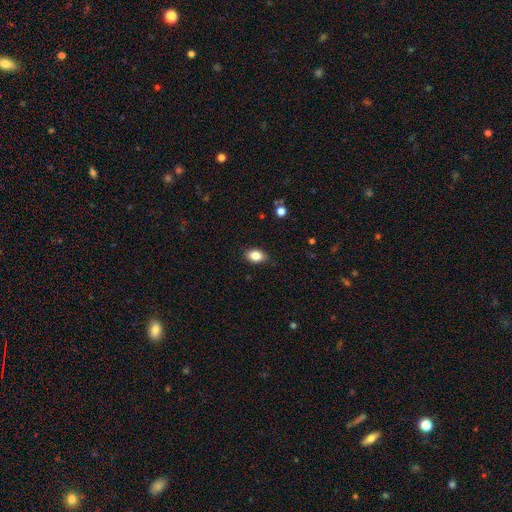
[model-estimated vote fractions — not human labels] Smooth or featured? smooth (84%)
How rounded? in between (84%)
Merging? none (86%)